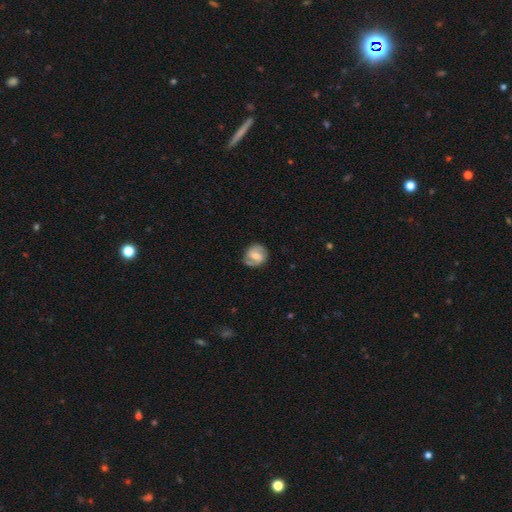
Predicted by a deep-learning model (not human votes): A featured or disk galaxy (74%) with a weak bar (52%), 2 (87%) medium (47%) spiral arms (93%) and a moderate central bulge (53%).

Vote fractions:
- Smooth or featured? featured or disk: 74% / smooth: 20% / star or artifact: 6%
- Edge-on disk? no: 98% / yes: 2%
- Bar? weak: 52% / no: 24% / strong: 23%
- Spiral arms? yes: 93% / no: 7%
- Spiral winding? medium: 47% / tight: 38% / loose: 15%
- Spiral arm count? 2: 87% / can't tell: 6% / 1: 4% / 3: 1% / 4: 1% / more than 4: 1%
- Bulge size? moderate: 53% / small: 32% / large: 7% / none: 7% / dominant: 1%
- Merging? none: 81% / minor disturbance: 13% / major disturbance: 4% / merger: 1%